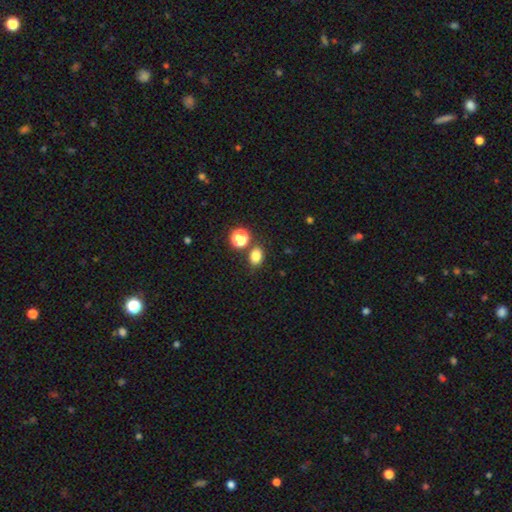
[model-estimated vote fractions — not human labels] smooth 81%, star or artifact 14%, featured or disk 5%. Down the decision tree: how rounded — in between (61%); merging — none (76%).